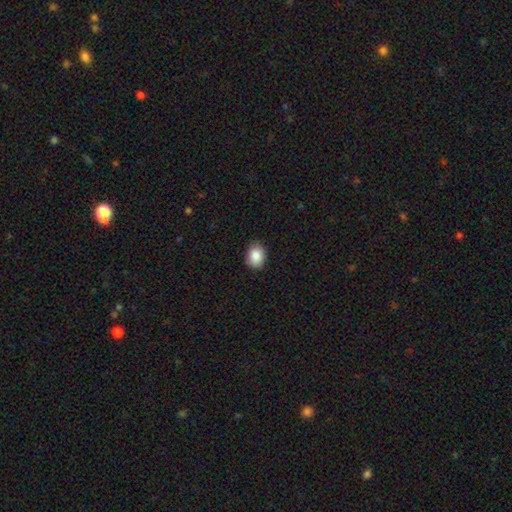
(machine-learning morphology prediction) Smooth or featured? Predicted: smooth (p=0.88). How rounded? Predicted: in between (p=0.56). Merging? Predicted: none (p=0.86).